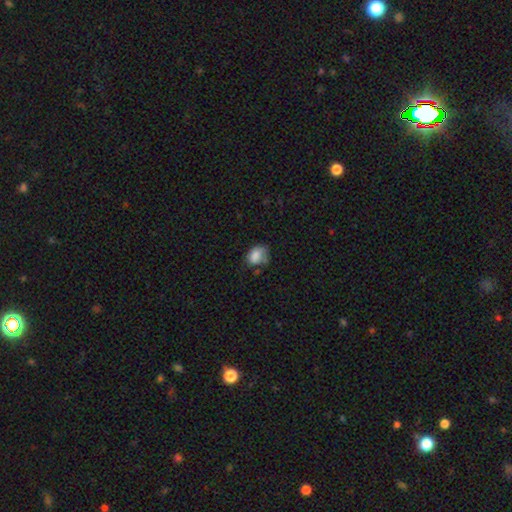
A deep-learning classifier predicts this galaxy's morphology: Overall: smooth (81%). How rounded: in between (74%). Merging: none (43%; minor disturbance 37%).